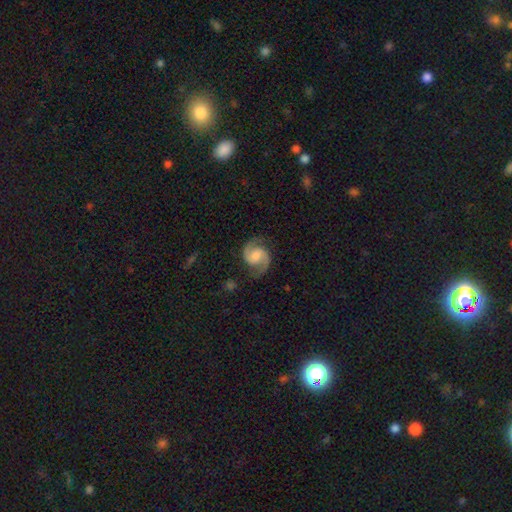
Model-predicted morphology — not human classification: featured or disk 90%, smooth 6%, star or artifact 5%. Down the decision tree: edge-on disk — no (98%); bar — weak (46%); spiral arms — yes (98%); spiral arm count — 2 (94%); spiral winding — medium (61%); bulge size — moderate (43%); merging — none (83%).